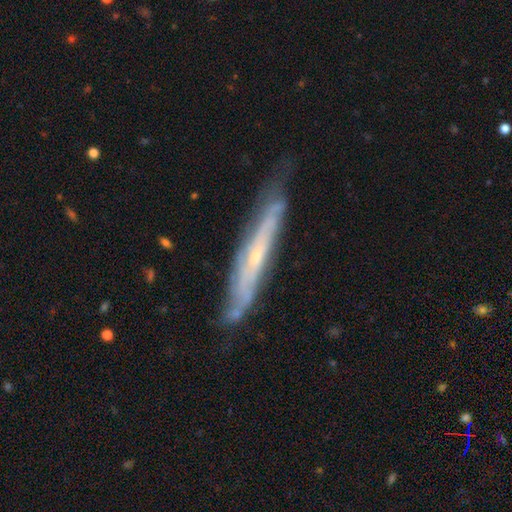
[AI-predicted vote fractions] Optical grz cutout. It shows a featured or disk galaxy (76%) viewed edge-on (67%) with a rounded central bulge (53%). Merging: none (68%).